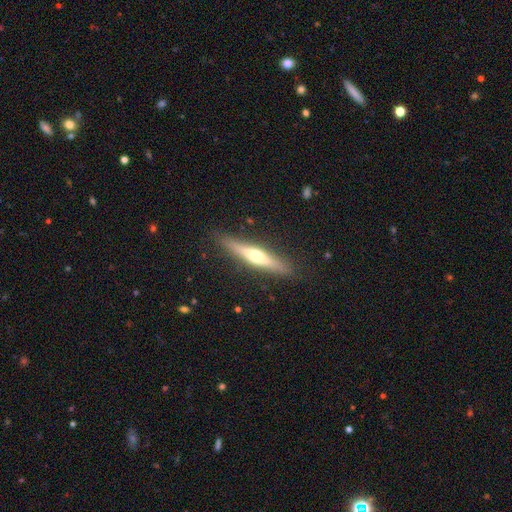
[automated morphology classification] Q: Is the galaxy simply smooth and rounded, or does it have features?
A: featured or disk — 59%.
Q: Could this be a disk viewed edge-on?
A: yes — 95%.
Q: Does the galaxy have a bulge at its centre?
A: rounded — 85%.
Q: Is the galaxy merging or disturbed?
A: none — 89%.